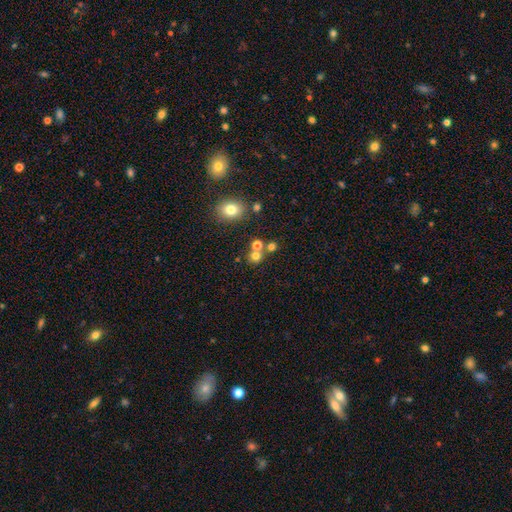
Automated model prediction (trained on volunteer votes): Overall: smooth (72%). How rounded: round (84%). Merging: none (59%; merger 30%).